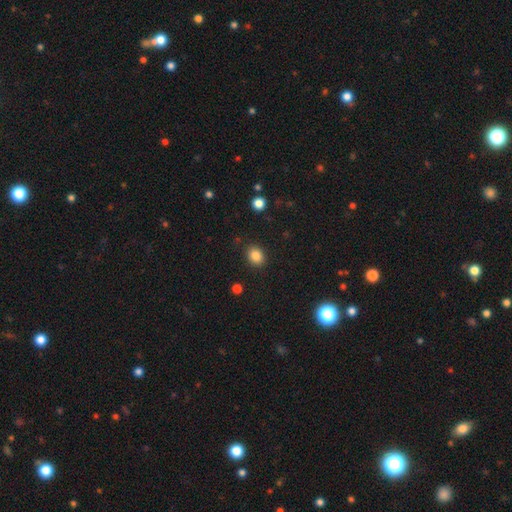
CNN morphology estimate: A smooth galaxy with no disk features (84%) that is round (51%). Merging: none (88%).